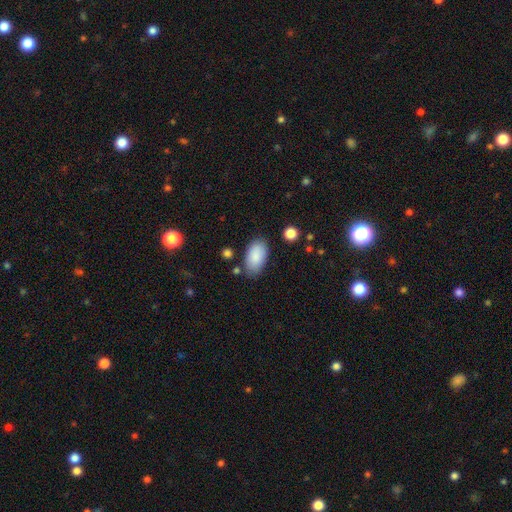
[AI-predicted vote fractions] Smooth or featured? Predicted: smooth (p=0.88). How rounded? Predicted: in between (p=0.95). Merging? Predicted: none (p=0.80).